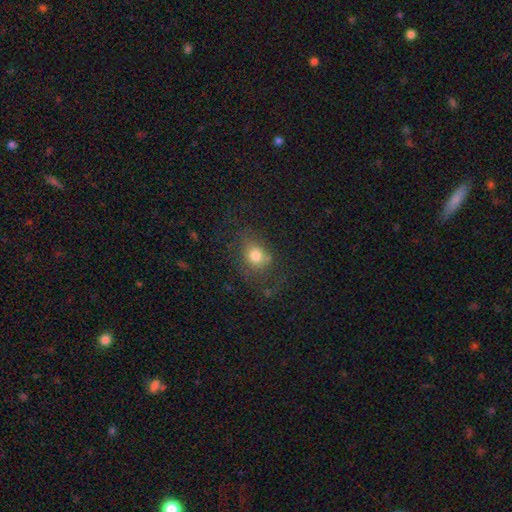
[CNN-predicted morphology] smooth 71%, featured or disk 15%, star or artifact 13%. Down the decision tree: how rounded — round (55%); merging — none (59%).